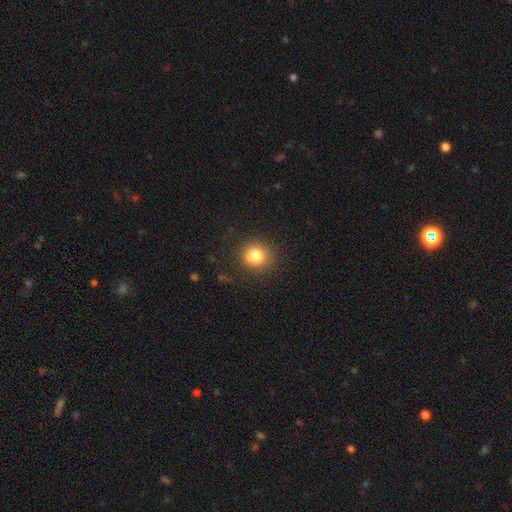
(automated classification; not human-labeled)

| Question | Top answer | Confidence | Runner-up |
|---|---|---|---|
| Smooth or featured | smooth | 81% | star or artifact (12%) |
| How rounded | round | 88% | in between (11%) |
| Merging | none | 85% | minor disturbance (10%) |